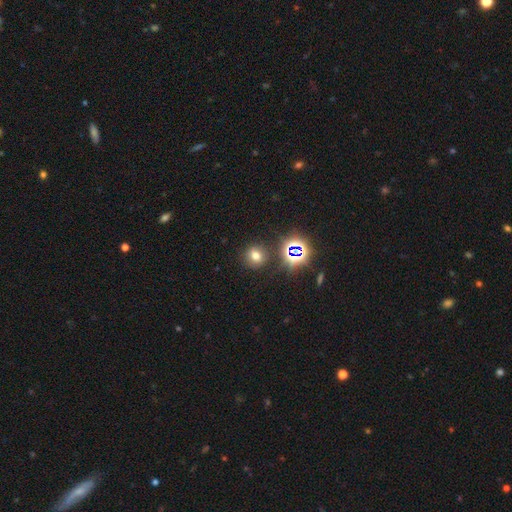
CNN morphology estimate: smooth_or_featured: smooth (p=0.65) [alt: star or artifact p=0.25]
how_rounded: round (p=0.83) [alt: in between p=0.16]
merging: none (p=0.84) [alt: minor disturbance p=0.08]